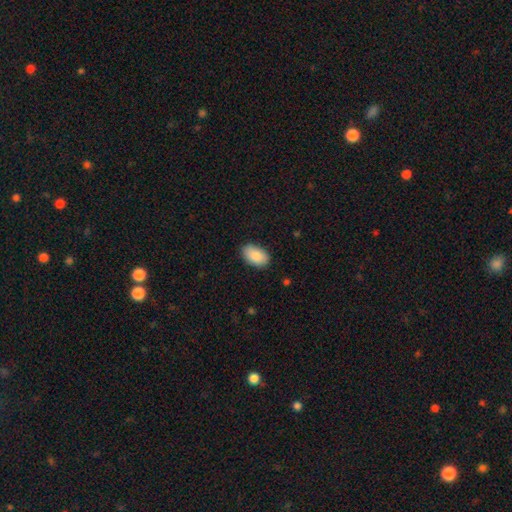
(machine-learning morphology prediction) A smooth galaxy with no disk features (87%) that is in between round and cigar-shaped (93%).

Vote fractions:
- Smooth or featured? smooth: 87% / featured or disk: 7% / star or artifact: 6%
- How rounded? in between: 93% / round: 6% / cigar-shaped: 1%
- Merging? none: 85% / minor disturbance: 12% / major disturbance: 2% / merger: 1%